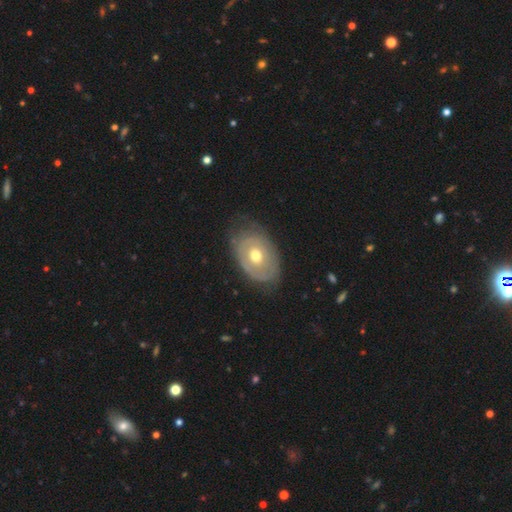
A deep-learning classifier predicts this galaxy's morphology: A featured or disk galaxy (58%) with no bar (87%), no spiral arms (63%) and a moderate central bulge (76%). Merging: none (65%).